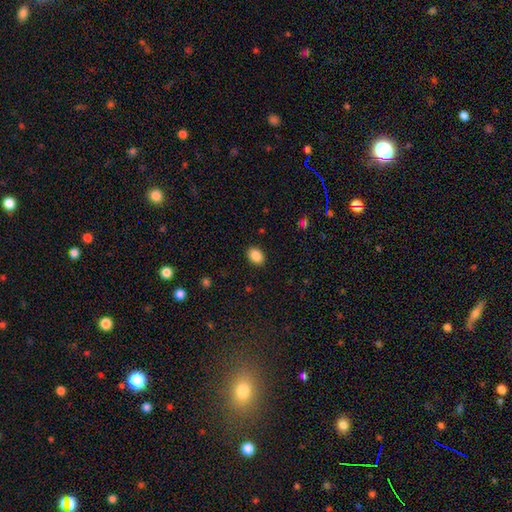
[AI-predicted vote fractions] smooth 88%, star or artifact 8%, featured or disk 3%. Down the decision tree: how rounded — in between (81%); merging — none (89%).